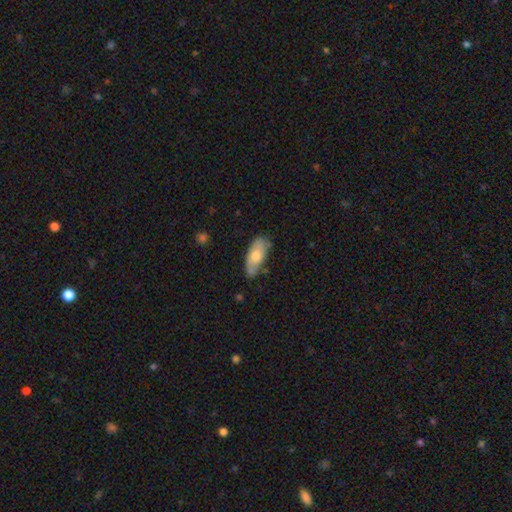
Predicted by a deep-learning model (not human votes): smooth_or_featured: smooth (p=0.62) [alt: featured or disk p=0.32]
how_rounded: in between (p=0.84) [alt: cigar-shaped p=0.13]
merging: none (p=0.68) [alt: minor disturbance p=0.25]